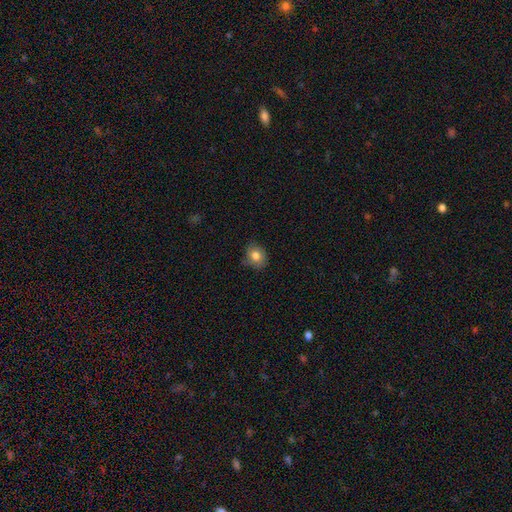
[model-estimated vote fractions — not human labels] smooth-or-featured: smooth: 79% | featured or disk: 12% | star or artifact: 9%
  how-rounded: round: 53% | in between: 46% | cigar-shaped: 1%
  merging: none: 76% | minor disturbance: 19% | major disturbance: 4% | merger: 1%